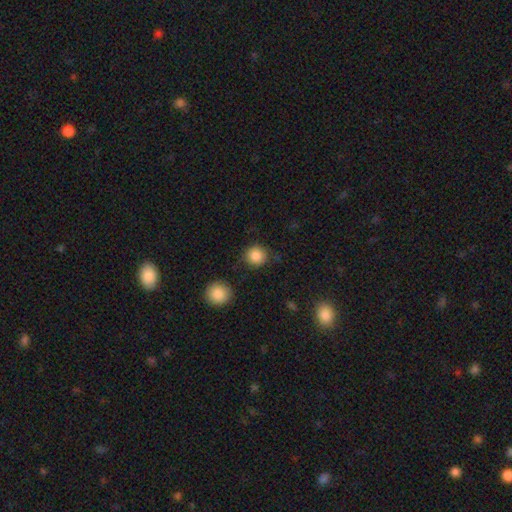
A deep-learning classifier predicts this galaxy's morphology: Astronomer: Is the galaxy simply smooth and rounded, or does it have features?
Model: smooth — 87%.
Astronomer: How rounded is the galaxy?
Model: round — 91%.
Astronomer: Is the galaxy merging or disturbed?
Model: none — 82%.